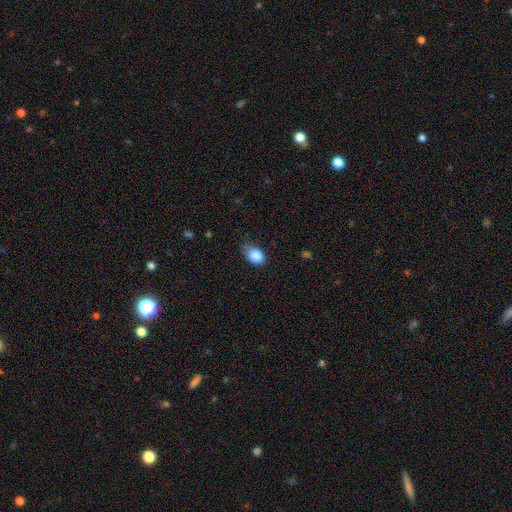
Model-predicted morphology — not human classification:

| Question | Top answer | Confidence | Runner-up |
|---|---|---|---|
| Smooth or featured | smooth | 87% | star or artifact (8%) |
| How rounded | in between | 71% | round (28%) |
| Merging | none | 58% | minor disturbance (34%) |